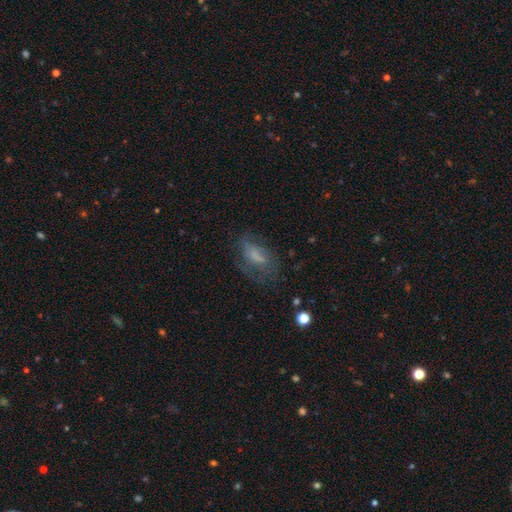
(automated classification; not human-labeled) smooth 52%, featured or disk 35%, star or artifact 13%. Down the decision tree: how rounded — in between (79%); merging — none (49%).